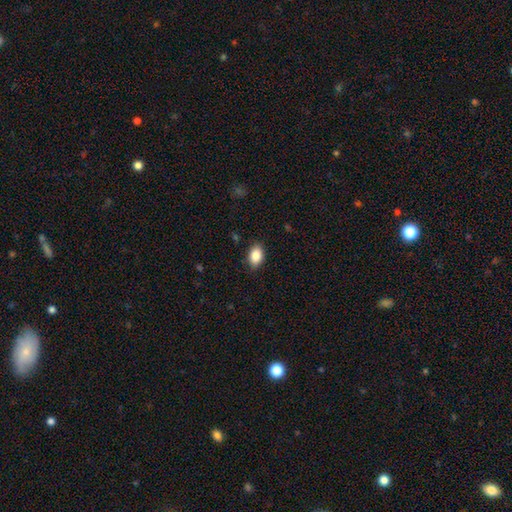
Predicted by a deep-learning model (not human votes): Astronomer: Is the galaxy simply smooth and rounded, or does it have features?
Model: smooth — 87%.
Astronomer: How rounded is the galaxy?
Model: in between — 88%.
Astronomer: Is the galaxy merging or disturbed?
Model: none — 87%.